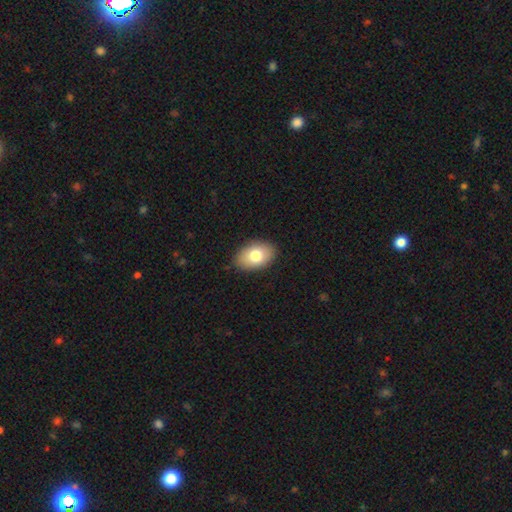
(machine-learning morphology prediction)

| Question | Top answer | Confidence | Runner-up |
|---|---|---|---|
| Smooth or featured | smooth | 77% | featured or disk (16%) |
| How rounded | in between | 87% | round (12%) |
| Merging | none | 86% | minor disturbance (11%) |